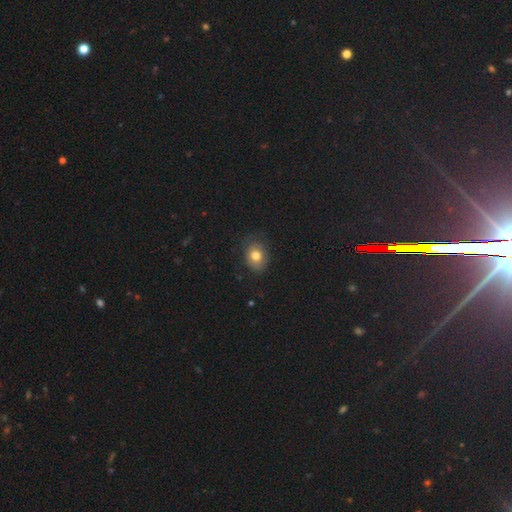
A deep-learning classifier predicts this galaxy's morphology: Smooth or featured? Predicted: smooth (p=0.76). How rounded? Predicted: in between (p=0.52). Merging? Predicted: none (p=0.76).